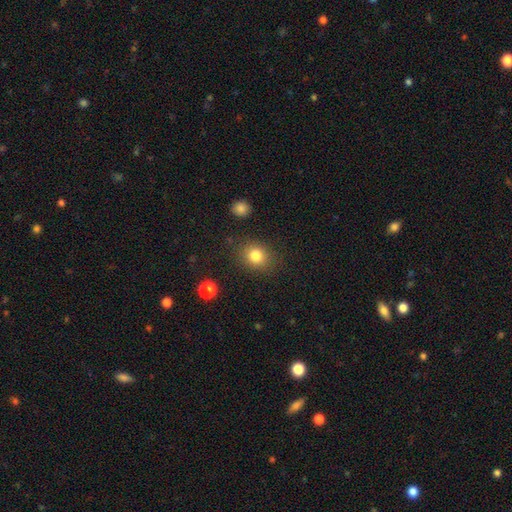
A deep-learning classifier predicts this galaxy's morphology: The model was most divided on "how rounded": round: 66%, in between: 33%, cigar-shaped: 1%. More confident: merging — none (84%); smooth or featured — smooth (82%).